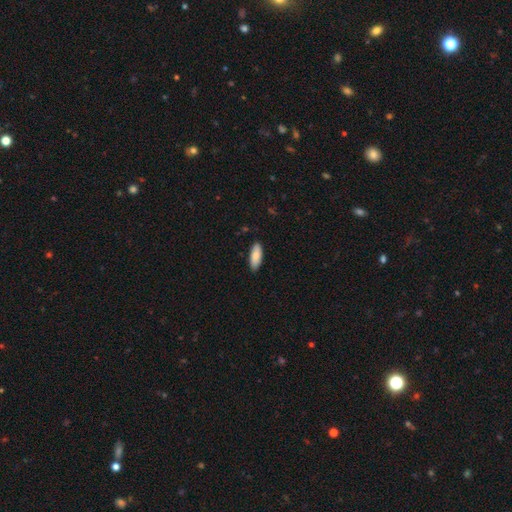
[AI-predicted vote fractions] smooth 85%, featured or disk 10%, star or artifact 6%. Down the decision tree: how rounded — in between (73%); merging — none (89%).